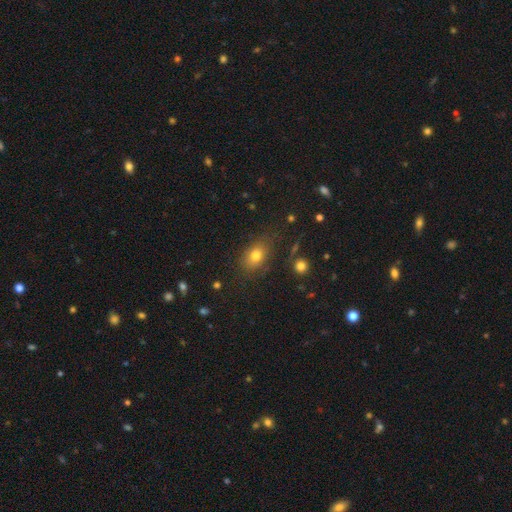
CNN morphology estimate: The model was most divided on "how rounded": in between: 74%, round: 24%, cigar-shaped: 2%. More confident: merging — none (77%); smooth or featured — smooth (76%).